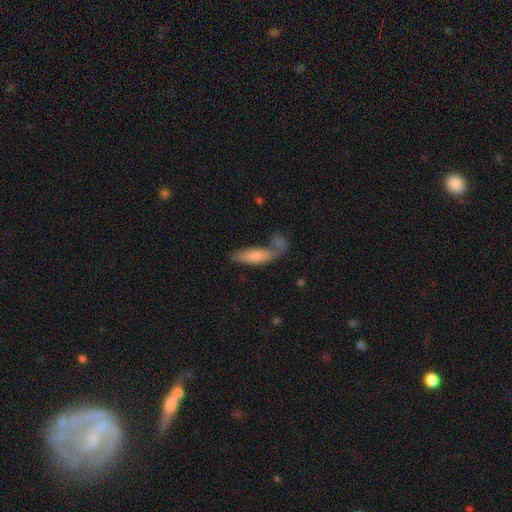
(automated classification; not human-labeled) The model was most divided on "how rounded": cigar-shaped: 50%, in between: 48%, round: 2%. Remaining: smooth or featured — smooth (76%); merging — none (44%).